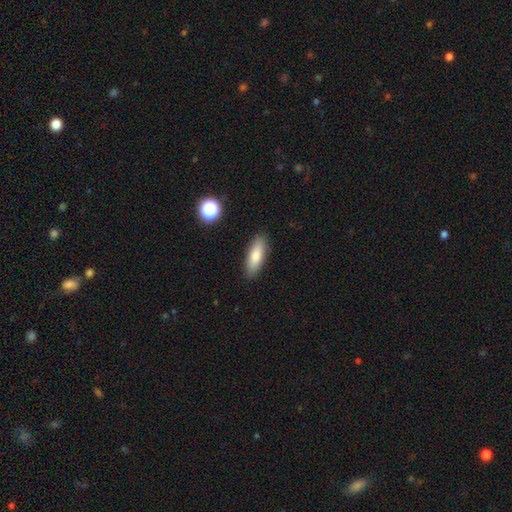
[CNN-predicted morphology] Smooth or featured? Predicted: smooth (p=0.81). How rounded? Predicted: in between (p=0.58). Merging? Predicted: none (p=0.88).